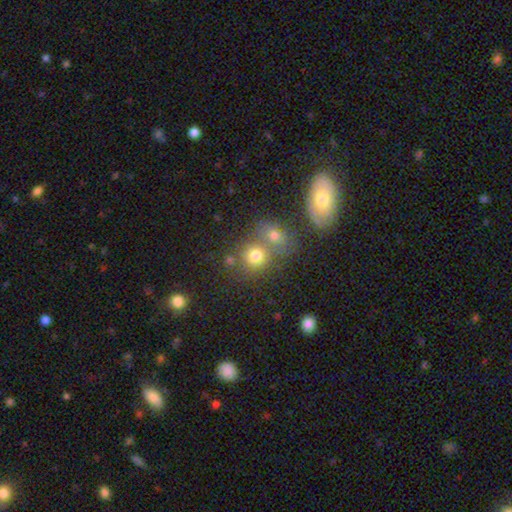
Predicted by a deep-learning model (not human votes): Smooth or featured: smooth — 73% (star or artifact — 16%)
How rounded: round — 80% (in between — 19%)
Merging: none — 48% (merger — 40%)